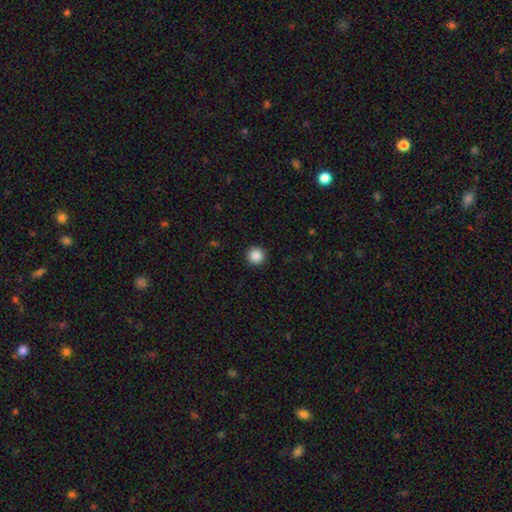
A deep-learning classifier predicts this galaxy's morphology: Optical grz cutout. It shows a smooth galaxy with no disk features (87%) that is round (96%). Merging: none (93%).